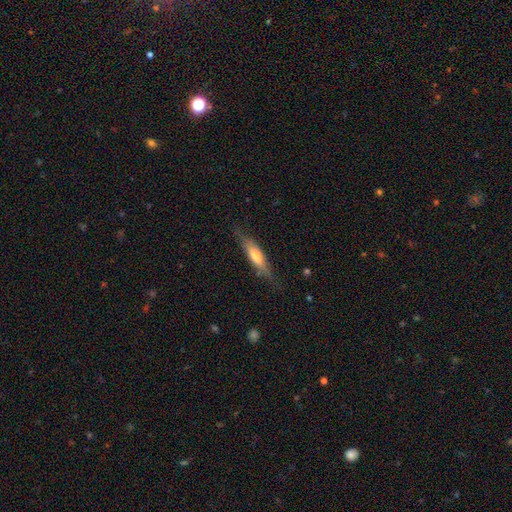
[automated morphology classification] smooth_or_featured: featured or disk (p=0.48) [alt: smooth p=0.46]
merging: none (p=0.75) [alt: minor disturbance p=0.18]